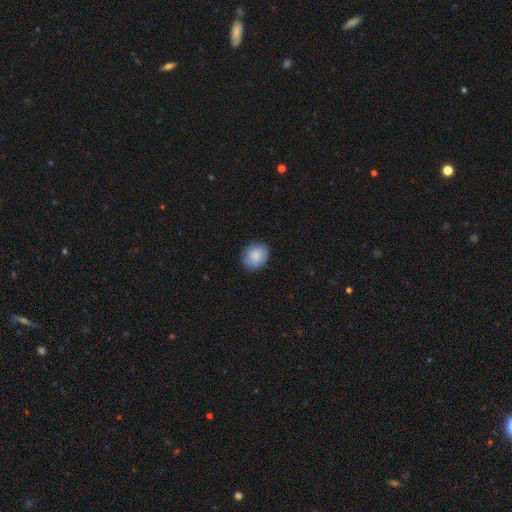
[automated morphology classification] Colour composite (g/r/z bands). It shows a smooth galaxy with no disk features (83%) that is round (62%). Merging: none (83%).